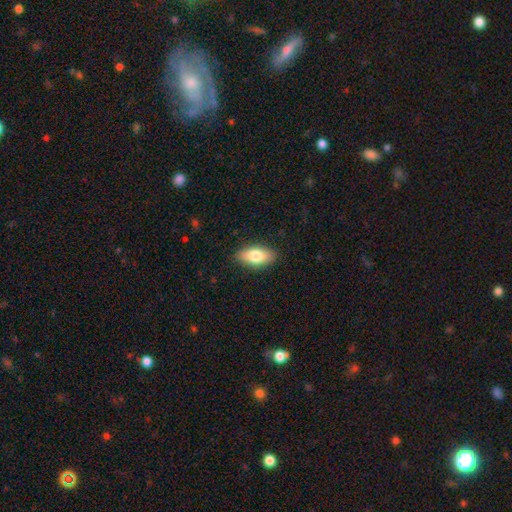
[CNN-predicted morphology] A smooth galaxy with no disk features (77%) that is in between round and cigar-shaped (87%). Merging: none (88%).